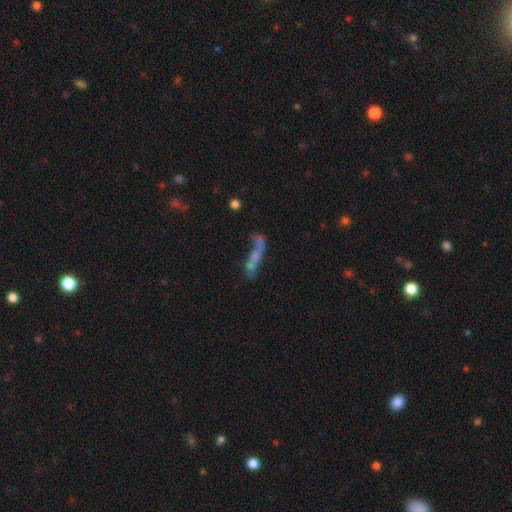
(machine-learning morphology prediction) This is possibly a featured or disk galaxy (47%). Merging: marginally merger (33%).